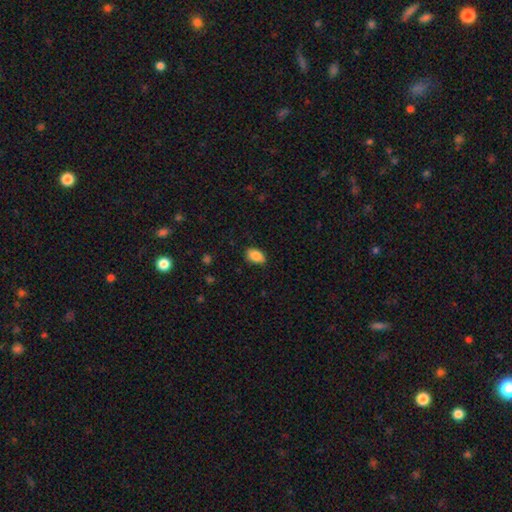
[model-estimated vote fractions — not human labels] smooth-or-featured: smooth: 87% | star or artifact: 8% | featured or disk: 5%
  how-rounded: in between: 90% | round: 8% | cigar-shaped: 2%
  merging: none: 84% | minor disturbance: 12% | major disturbance: 2% | merger: 1%